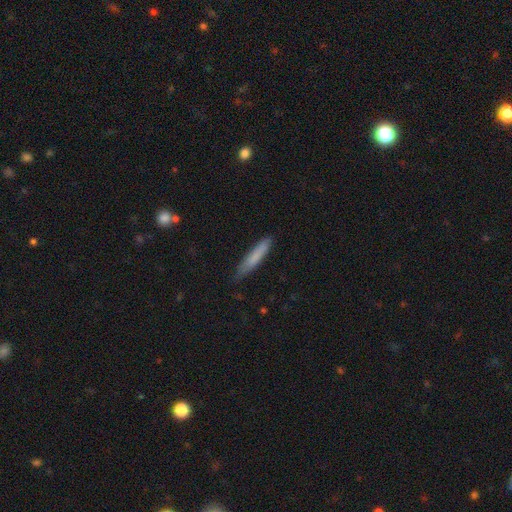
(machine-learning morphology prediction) This is likely a smooth galaxy (77%). How rounded: clearly cigar-shaped (92%). Merging: likely none (80%).